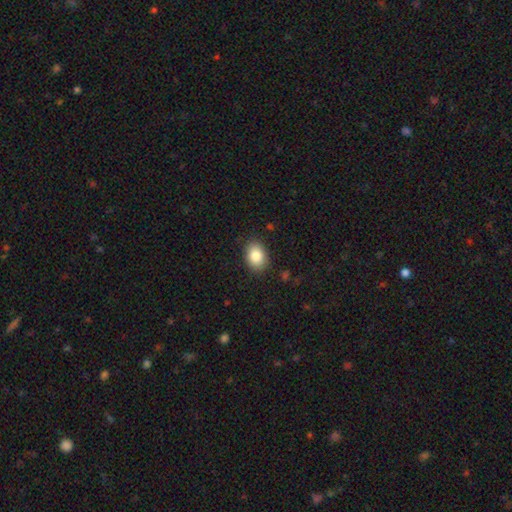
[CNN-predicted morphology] Q: Smooth or featured?
A: smooth (86%); runner-up: star or artifact (8%)
Q: How rounded?
A: in between (76%); runner-up: round (23%)
Q: Merging?
A: none (86%); runner-up: minor disturbance (10%)